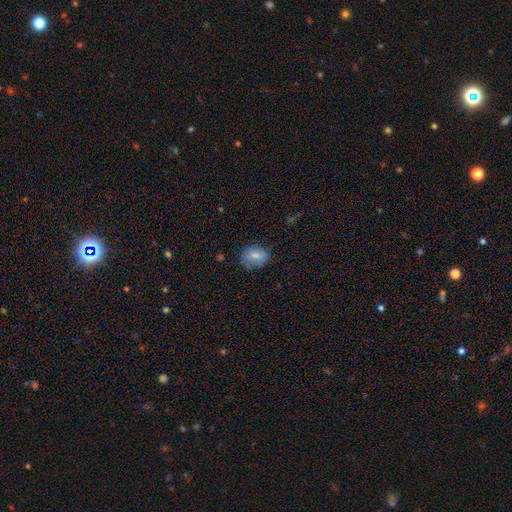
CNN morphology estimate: smooth 77%, featured or disk 15%, star or artifact 9%. Down the decision tree: how rounded — in between (62%); merging — none (69%).